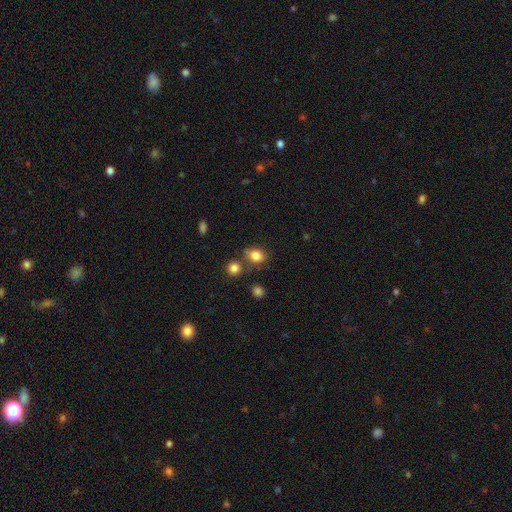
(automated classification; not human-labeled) The model was most divided on "how rounded": round: 62%, in between: 37%, cigar-shaped: 1%. More confident: smooth or featured — smooth (83%); merging — none (66%).